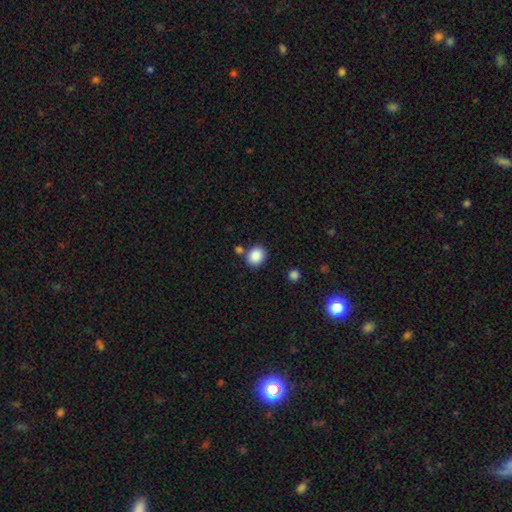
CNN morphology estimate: A smooth galaxy with no disk features (88%) that is round (68%).

Vote fractions:
- Smooth or featured? smooth: 88% / star or artifact: 9% / featured or disk: 3%
- How rounded? round: 68% / in between: 31% / cigar-shaped: 1%
- Merging? none: 78% / minor disturbance: 10% / merger: 9% / major disturbance: 3%